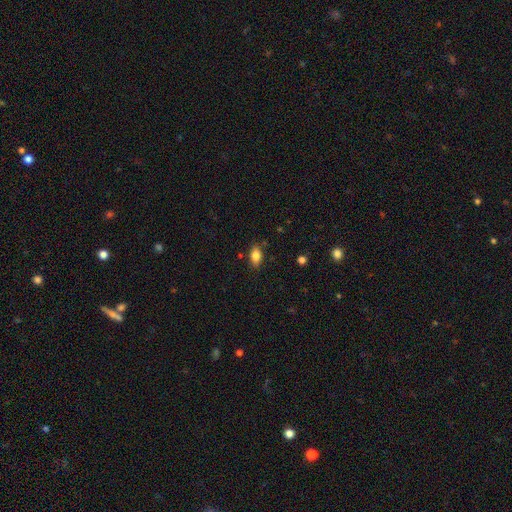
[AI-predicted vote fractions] This appears to be a smooth galaxy with no disk features (84%) that is in between round and cigar-shaped (88%). Merging: none (83%).